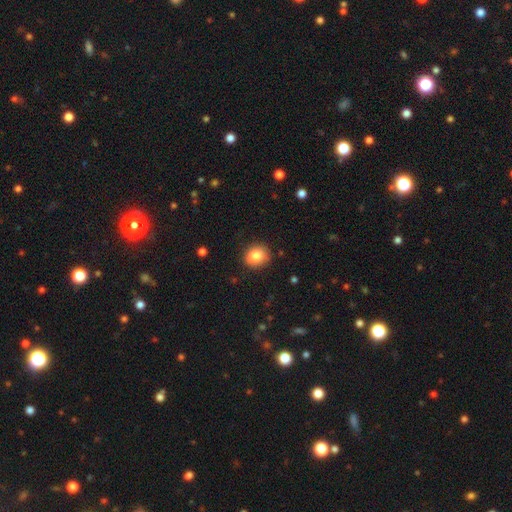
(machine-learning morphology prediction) smooth-or-featured: smooth: 82% | star or artifact: 9% | featured or disk: 9%
  how-rounded: round: 59% | in between: 40% | cigar-shaped: 1%
  merging: none: 75% | minor disturbance: 18% | major disturbance: 4% | merger: 4%